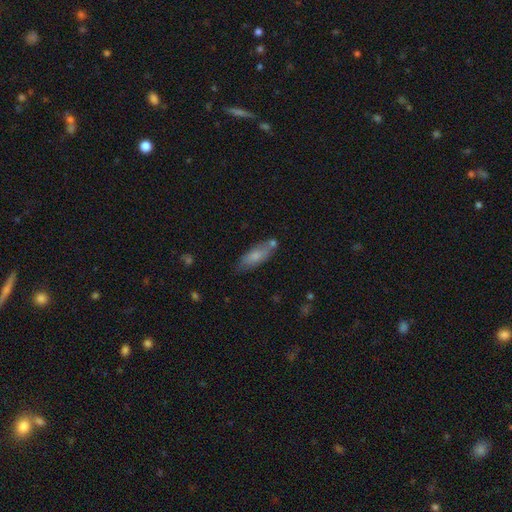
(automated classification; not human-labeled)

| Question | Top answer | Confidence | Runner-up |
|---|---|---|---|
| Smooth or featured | smooth | 73% | featured or disk (21%) |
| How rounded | in between | 63% | cigar-shaped (35%) |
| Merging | none | 64% | minor disturbance (21%) |